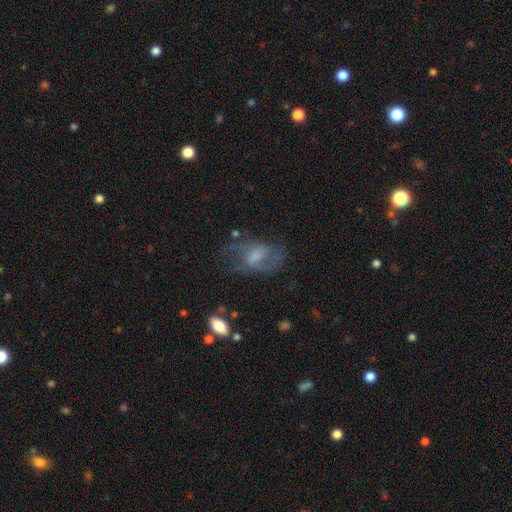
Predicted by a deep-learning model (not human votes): Smooth or featured?
  - featured or disk: 60% *
  - smooth: 29%
  - star or artifact: 11%
Edge-on disk?
  - no: 96% *
  - yes: 4%
Bar?
  - weak: 47% *
  - no: 39%
  - strong: 14%
Spiral arms?
  - yes: 75% *
  - no: 25%
Bulge size?
  - small: 32% *
  - moderate: 30%
  - none: 26%
  - large: 11%
  - dominant: 2%
Merging?
  - none: 51% *
  - major disturbance: 25%
  - minor disturbance: 21%
  - merger: 3%